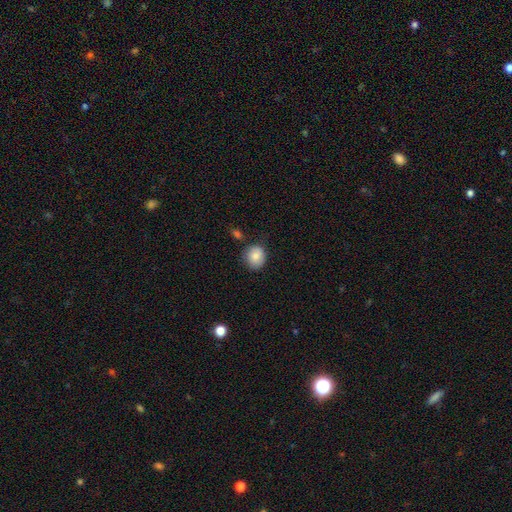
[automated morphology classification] A smooth galaxy with no disk features (84%) that is round (79%). Merging: none (75%).